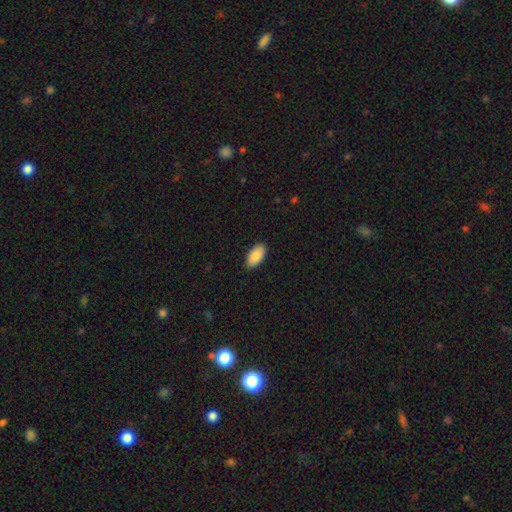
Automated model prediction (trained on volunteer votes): Smooth or featured?
  - smooth: 89% *
  - star or artifact: 6%
  - featured or disk: 5%
How rounded?
  - in between: 95% *
  - cigar-shaped: 2%
  - round: 2%
Merging?
  - none: 89% *
  - minor disturbance: 8%
  - major disturbance: 2%
  - merger: 1%